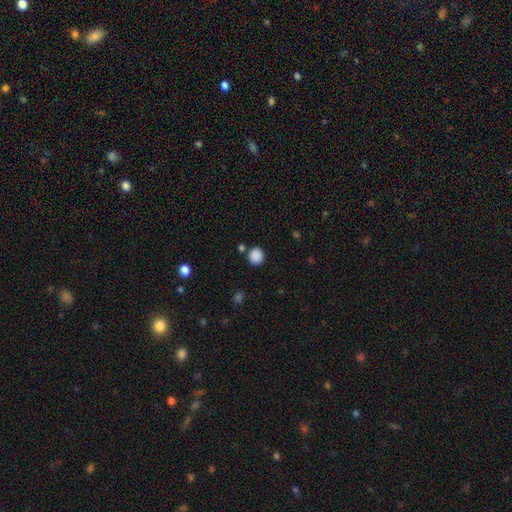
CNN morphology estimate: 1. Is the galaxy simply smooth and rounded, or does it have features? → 88% smooth, 10% star or artifact, 3% featured or disk.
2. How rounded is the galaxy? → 89% round, 11% in between, 1% cigar-shaped.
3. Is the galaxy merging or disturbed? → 84% none, 8% minor disturbance, 5% merger, 3% major disturbance.